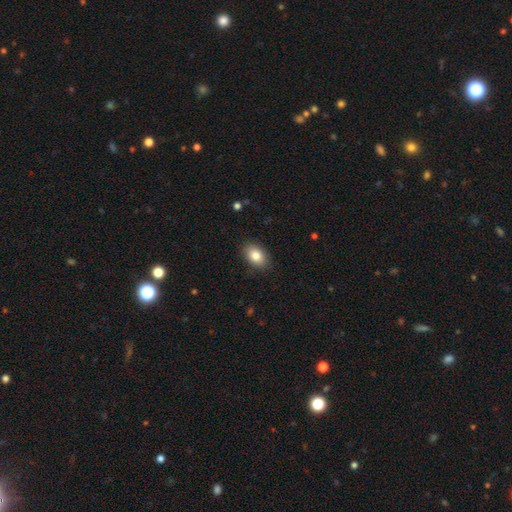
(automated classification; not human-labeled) smooth_or_featured: smooth (p=0.84) [alt: featured or disk p=0.09]
how_rounded: in between (p=0.87) [alt: round p=0.12]
merging: none (p=0.87) [alt: minor disturbance p=0.10]